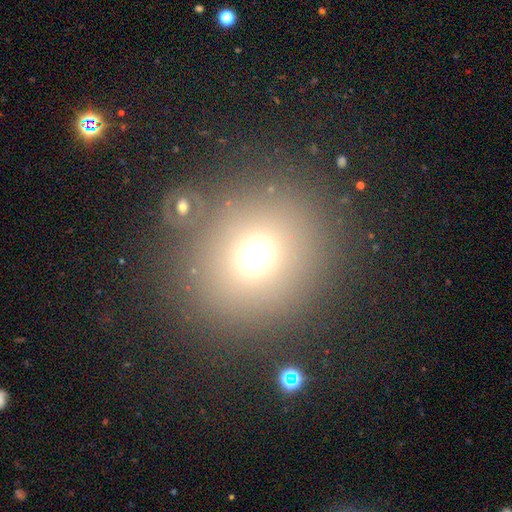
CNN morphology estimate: This is likely a smooth galaxy (69%). How rounded: clearly round (84%). Merging: likely none (80%).